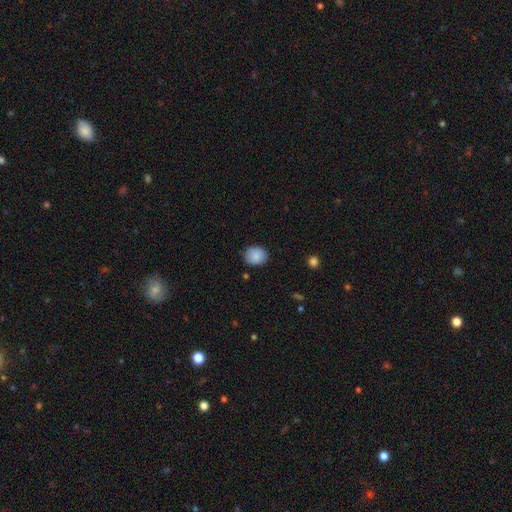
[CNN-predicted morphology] Smooth or featured?
  - smooth: 86% *
  - star or artifact: 7%
  - featured or disk: 7%
How rounded?
  - round: 62% *
  - in between: 37%
  - cigar-shaped: 1%
Merging?
  - none: 83% *
  - minor disturbance: 13%
  - major disturbance: 3%
  - merger: 1%